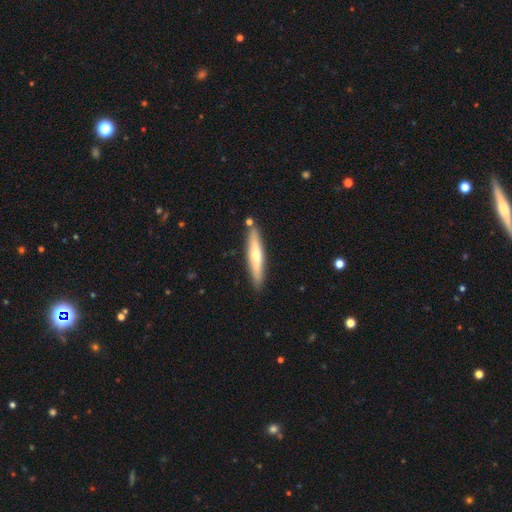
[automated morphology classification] Smooth or featured: smooth — 49% (featured or disk — 46%)
Merging: none — 84% (minor disturbance — 10%)